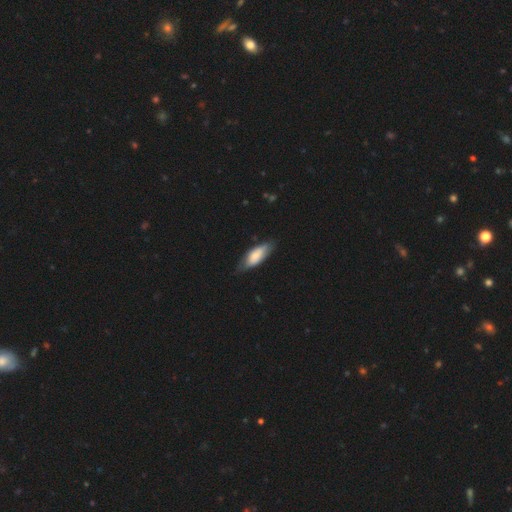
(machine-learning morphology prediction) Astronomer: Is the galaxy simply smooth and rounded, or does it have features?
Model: smooth — 69%.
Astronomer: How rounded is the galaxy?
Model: in between — 72%.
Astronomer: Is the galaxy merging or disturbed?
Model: none — 68%.